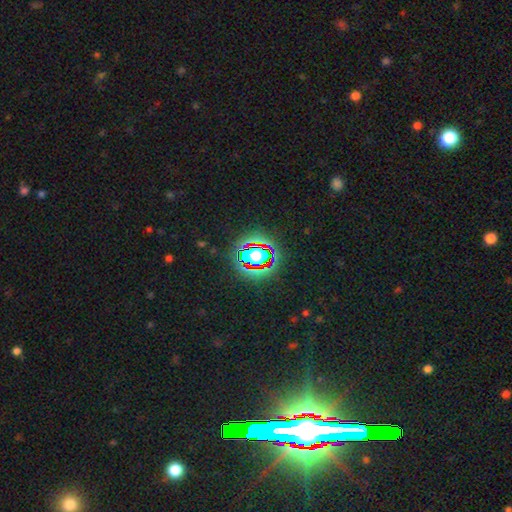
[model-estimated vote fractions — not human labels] Smooth or featured?
  - star or artifact: 66% *
  - smooth: 22%
  - featured or disk: 12%